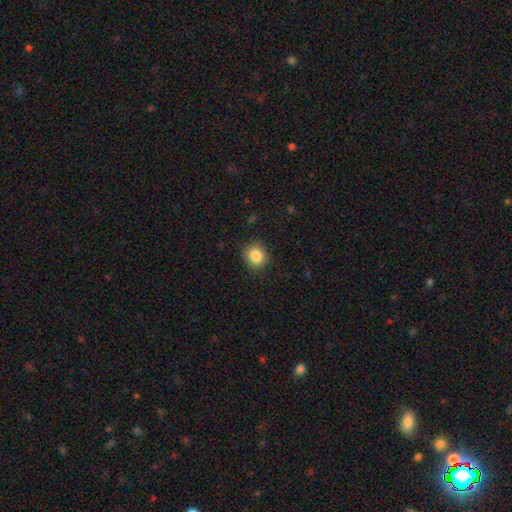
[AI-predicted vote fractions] Smooth or featured?
  - smooth: 86% *
  - star or artifact: 9%
  - featured or disk: 5%
How rounded?
  - round: 75% *
  - in between: 24%
  - cigar-shaped: 1%
Merging?
  - none: 87% *
  - minor disturbance: 10%
  - major disturbance: 3%
  - merger: 1%